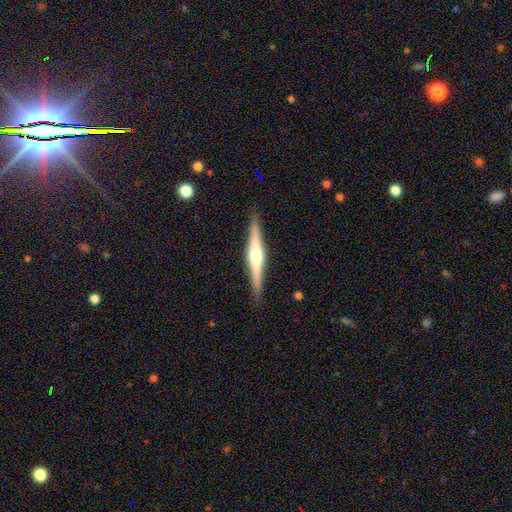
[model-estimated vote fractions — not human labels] The model was most divided on "smooth or featured": featured or disk: 73%, smooth: 22%, star or artifact: 5%. More confident: edge-on disk — yes (98%); merging — none (90%); edge-on bulge — rounded (87%).